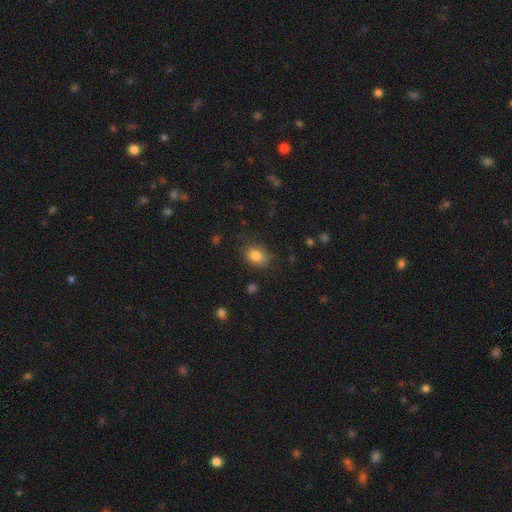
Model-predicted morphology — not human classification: Smooth or featured: smooth — 83% (star or artifact — 10%)
How rounded: in between — 65% (round — 34%)
Merging: none — 74% (minor disturbance — 20%)